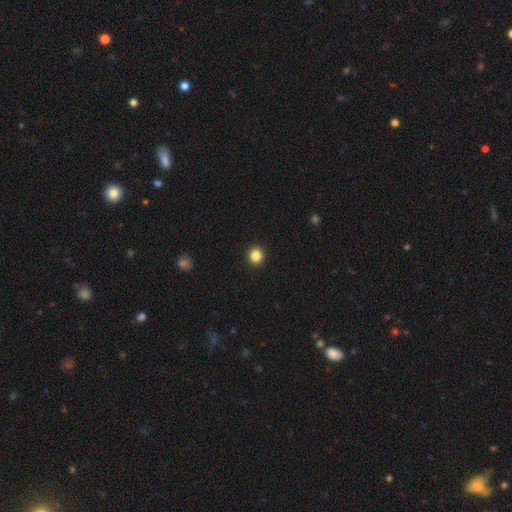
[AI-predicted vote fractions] smooth 85%, star or artifact 11%, featured or disk 4%. Down the decision tree: how rounded — round (90%); merging — none (93%).